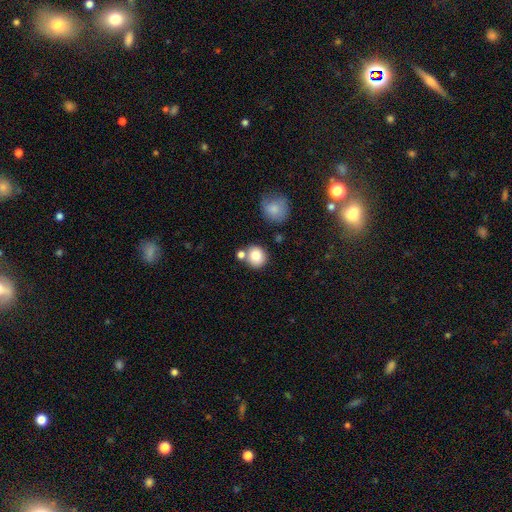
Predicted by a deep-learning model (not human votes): This appears to be a smooth galaxy with no disk features (85%) that is round (82%). Merging: none (64%).